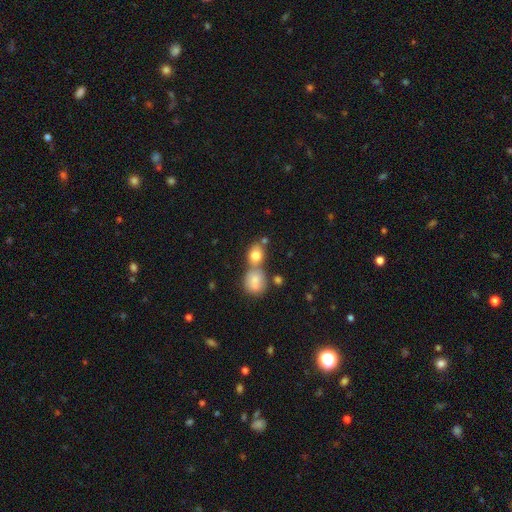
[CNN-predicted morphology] type=smooth (80%); roundness=round (55%); merging=merger (46%).